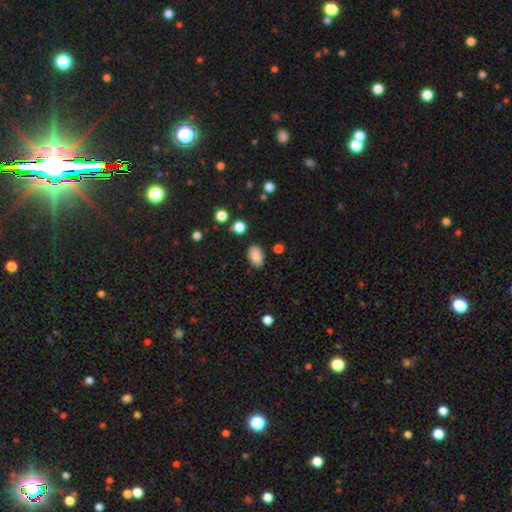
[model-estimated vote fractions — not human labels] Smooth or featured? Predicted: smooth (p=0.87). How rounded? Predicted: in between (p=0.91). Merging? Predicted: none (p=0.85).